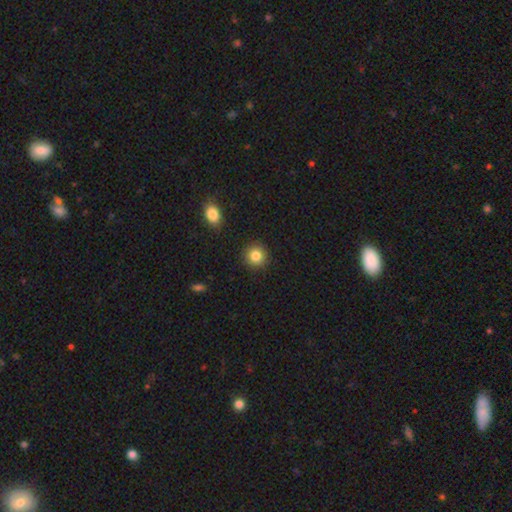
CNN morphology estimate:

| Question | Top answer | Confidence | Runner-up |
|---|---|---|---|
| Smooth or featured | smooth | 84% | star or artifact (10%) |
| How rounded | round | 92% | in between (7%) |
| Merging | none | 91% | minor disturbance (6%) |